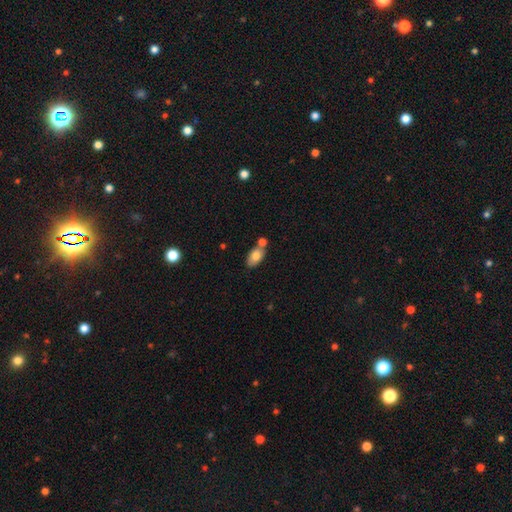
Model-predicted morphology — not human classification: A smooth galaxy with no disk features (79%) that is in between round and cigar-shaped (91%). Merging: none (56%).